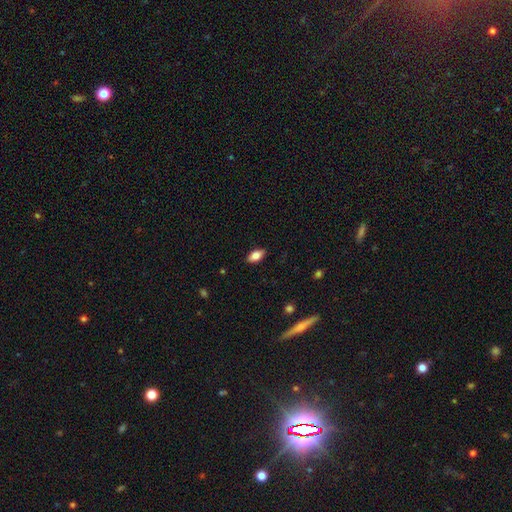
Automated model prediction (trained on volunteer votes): Overall: smooth (79%). How rounded: in between (89%). Merging: none (88%).